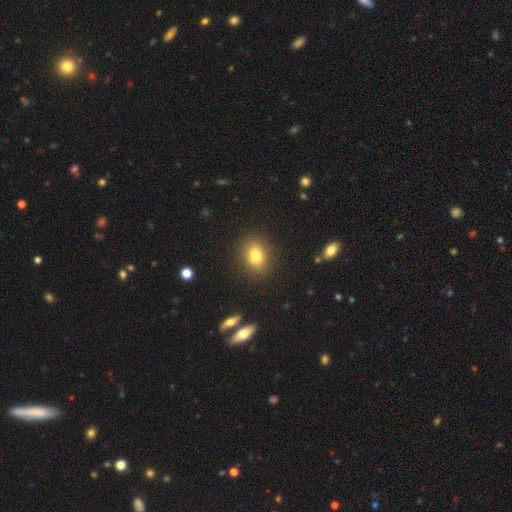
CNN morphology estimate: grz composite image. It shows a smooth galaxy with no disk features (79%) that is in between round and cigar-shaped (58%). Merging: none (86%).